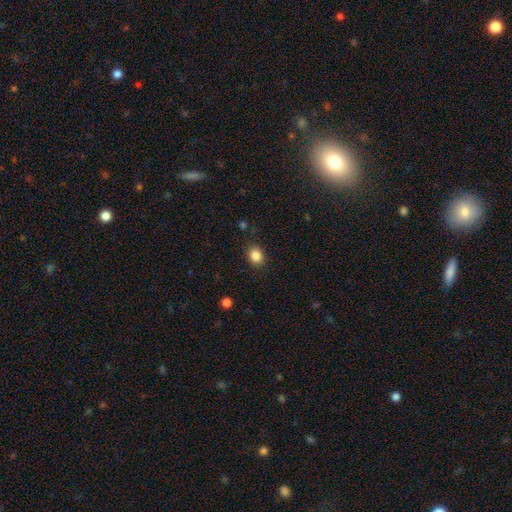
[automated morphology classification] smooth 86%, star or artifact 10%, featured or disk 4%. Down the decision tree: how rounded — round (51%); merging — none (87%).